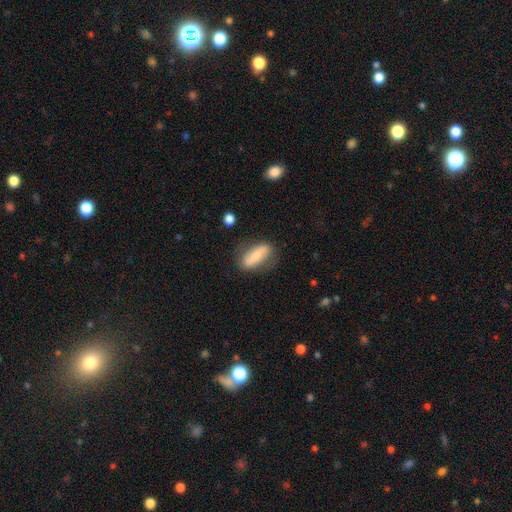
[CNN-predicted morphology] Smooth or featured? Predicted: smooth (p=0.63). How rounded? Predicted: in between (p=0.68). Merging? Predicted: none (p=0.72).